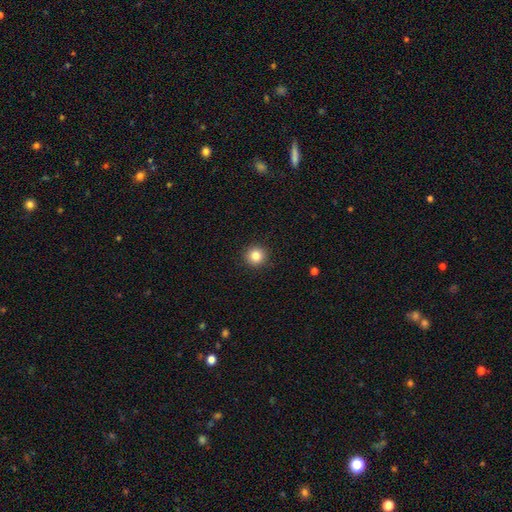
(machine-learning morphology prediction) Smooth or featured? smooth (84%)
How rounded? round (94%)
Merging? none (92%)